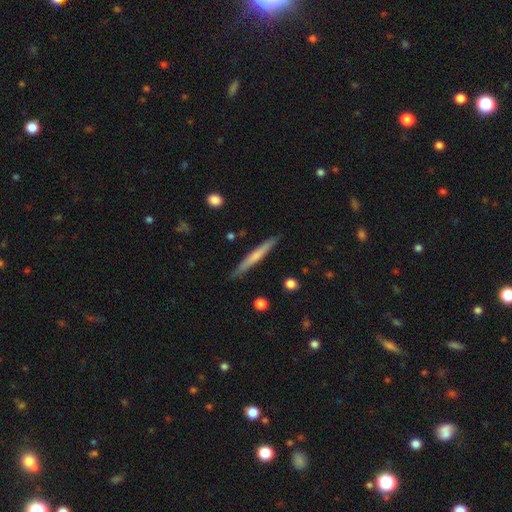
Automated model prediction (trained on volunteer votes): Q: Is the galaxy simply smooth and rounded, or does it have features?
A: smooth — 53%.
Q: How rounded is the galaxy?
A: cigar-shaped — 96%.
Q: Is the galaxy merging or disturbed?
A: none — 88%.